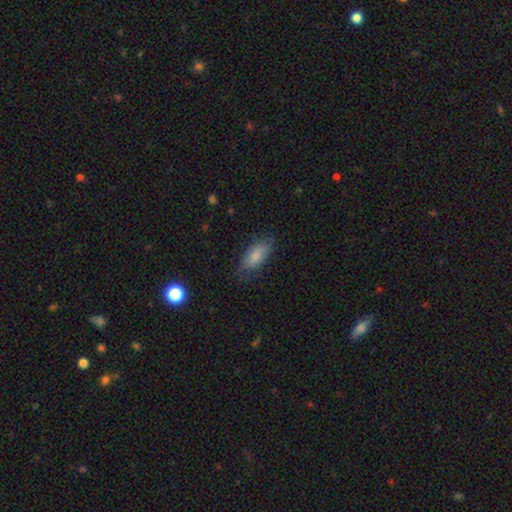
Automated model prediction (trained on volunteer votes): smooth-or-featured: smooth: 81% | featured or disk: 12% | star or artifact: 7%
  how-rounded: in between: 88% | cigar-shaped: 10% | round: 3%
  merging: none: 73% | minor disturbance: 20% | major disturbance: 6% | merger: 1%